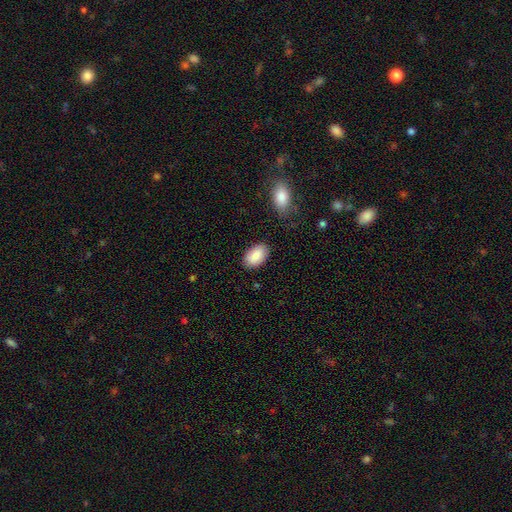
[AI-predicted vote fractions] smooth-or-featured: smooth: 88% | star or artifact: 6% | featured or disk: 6%
  how-rounded: in between: 93% | round: 5% | cigar-shaped: 1%
  merging: none: 85% | minor disturbance: 11% | major disturbance: 3% | merger: 2%